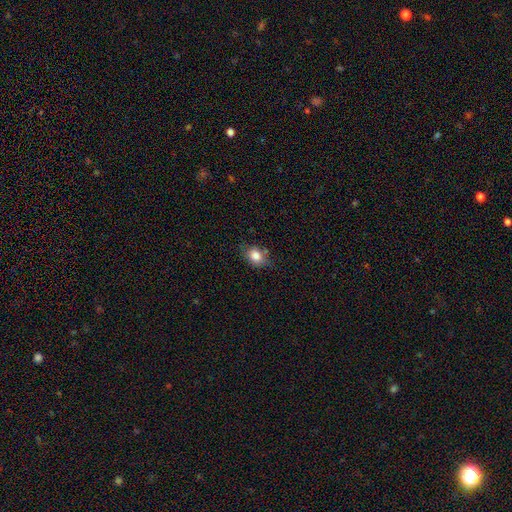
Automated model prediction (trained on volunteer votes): Smooth or featured? smooth (82%)
How rounded? in between (57%)
Merging? none (67%)